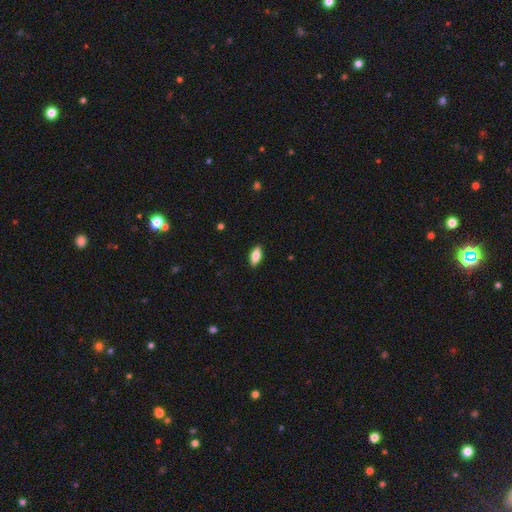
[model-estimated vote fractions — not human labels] smooth 77%, featured or disk 16%, star or artifact 7%. Down the decision tree: how rounded — in between (83%); merging — none (89%).